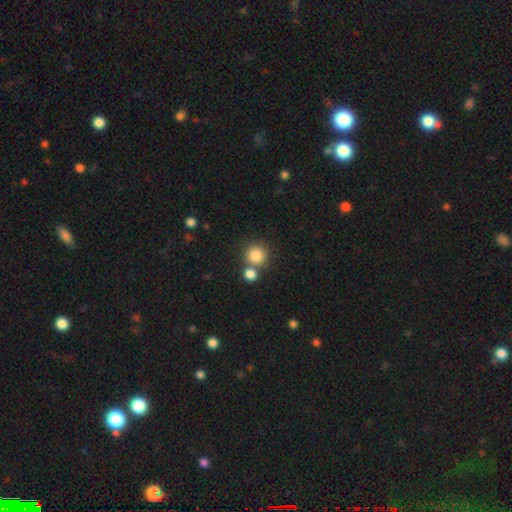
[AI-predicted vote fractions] smooth 83%, star or artifact 11%, featured or disk 6%. Down the decision tree: how rounded — round (91%); merging — none (63%).